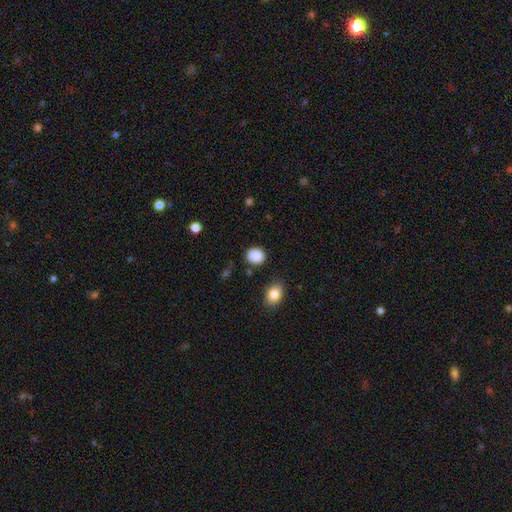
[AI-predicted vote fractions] Overall: smooth (88%). How rounded: round (74%). Merging: none (83%).